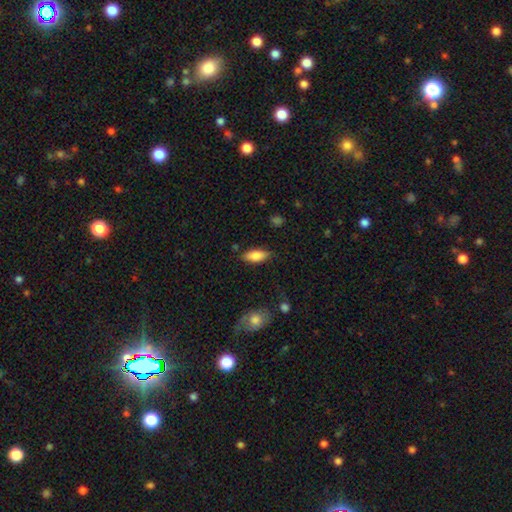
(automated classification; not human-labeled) Smooth or featured?
  - smooth: 81% *
  - featured or disk: 12%
  - star or artifact: 7%
How rounded?
  - in between: 82% *
  - cigar-shaped: 16%
  - round: 2%
Merging?
  - none: 82% *
  - minor disturbance: 13%
  - major disturbance: 3%
  - merger: 2%